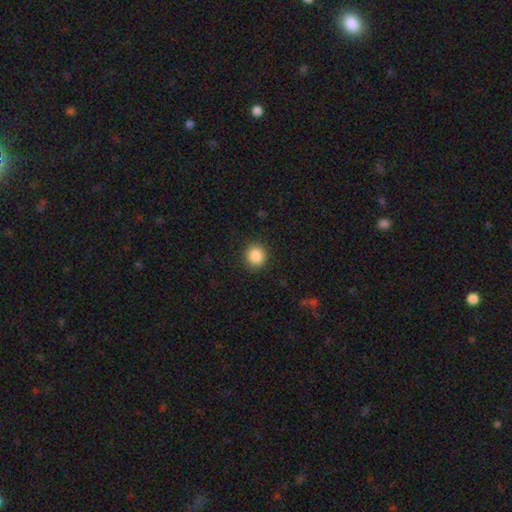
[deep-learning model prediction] A smooth galaxy with no disk features (88%) that is round (89%). Merging: none (90%).